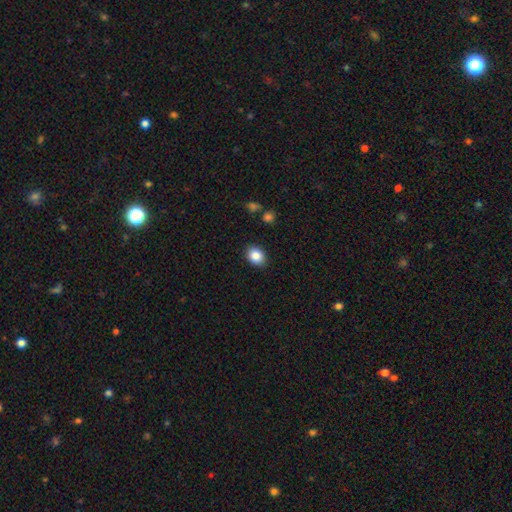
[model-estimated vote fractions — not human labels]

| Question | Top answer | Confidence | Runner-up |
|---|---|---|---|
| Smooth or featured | smooth | 86% | star or artifact (9%) |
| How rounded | in between | 57% | round (42%) |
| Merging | none | 89% | minor disturbance (8%) |